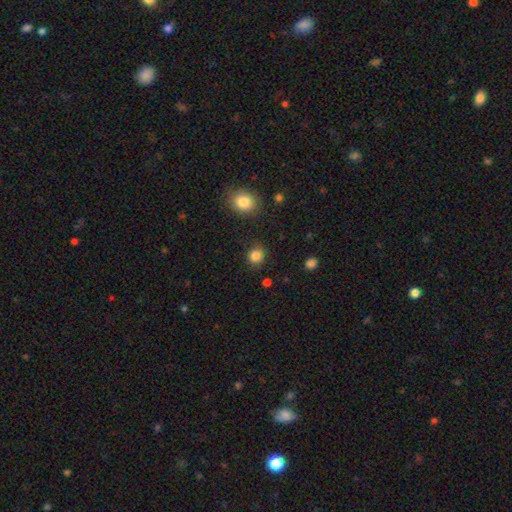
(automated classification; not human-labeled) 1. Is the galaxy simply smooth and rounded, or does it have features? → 85% smooth, 11% star or artifact, 4% featured or disk.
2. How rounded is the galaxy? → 85% round, 14% in between, 1% cigar-shaped.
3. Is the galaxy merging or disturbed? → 87% none, 9% minor disturbance, 3% major disturbance, 2% merger.